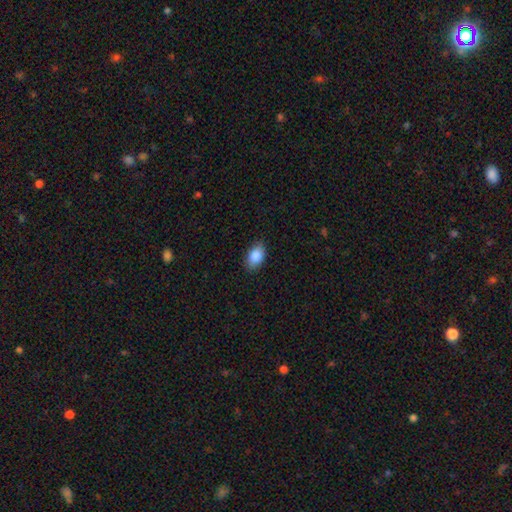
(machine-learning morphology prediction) Q: Smooth or featured?
A: smooth (87%); runner-up: star or artifact (7%)
Q: How rounded?
A: in between (90%); runner-up: round (8%)
Q: Merging?
A: none (86%); runner-up: minor disturbance (11%)